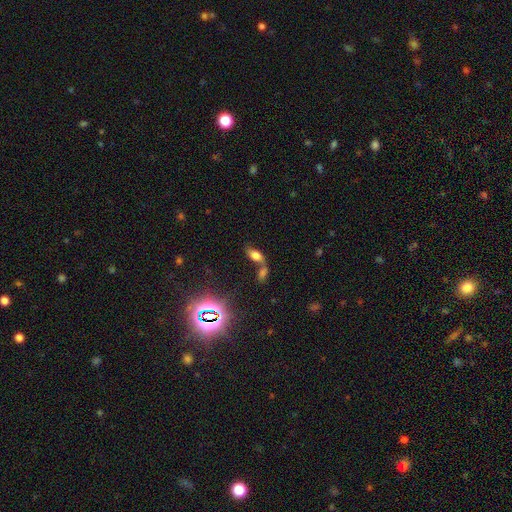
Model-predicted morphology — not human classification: smooth_or_featured: smooth (p=0.59) [alt: featured or disk p=0.21]
how_rounded: in between (p=0.81) [alt: cigar-shaped p=0.12]
merging: merger (p=0.51) [alt: none p=0.34]